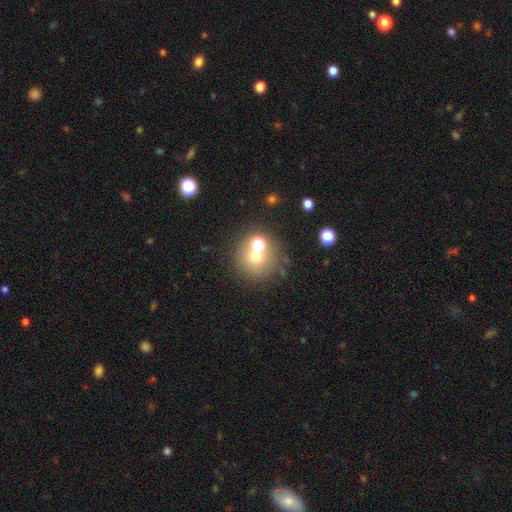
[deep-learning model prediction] Smooth or featured: smooth — 61% (star or artifact — 21%)
How rounded: round — 88% (in between — 11%)
Merging: none — 56% (merger — 28%)